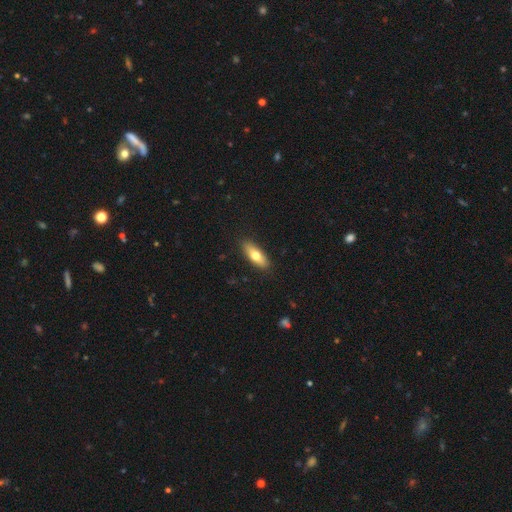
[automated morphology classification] Overall: smooth (69%). How rounded: in between (66%; cigar-shaped 31%). Merging: none (88%).